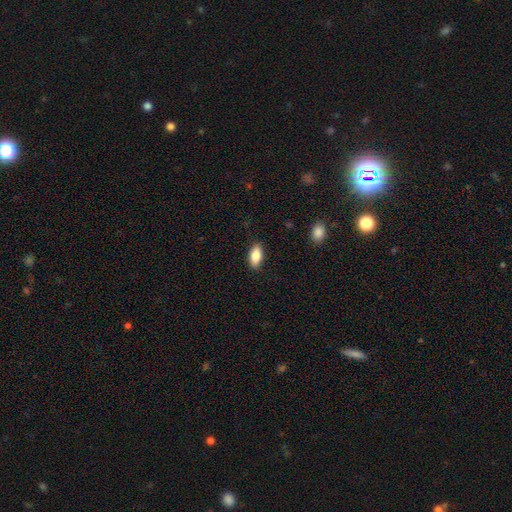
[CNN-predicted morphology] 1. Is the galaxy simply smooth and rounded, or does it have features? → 82% smooth, 11% featured or disk, 7% star or artifact.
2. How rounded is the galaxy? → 88% in between, 8% cigar-shaped, 3% round.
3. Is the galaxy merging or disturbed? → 88% none, 9% minor disturbance, 2% major disturbance, 1% merger.